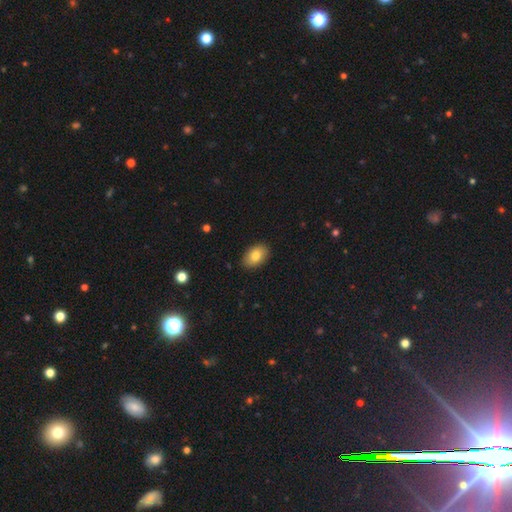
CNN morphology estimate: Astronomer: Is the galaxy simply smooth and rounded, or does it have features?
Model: smooth — 82%.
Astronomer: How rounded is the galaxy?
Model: in between — 89%.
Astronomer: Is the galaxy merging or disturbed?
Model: none — 87%.